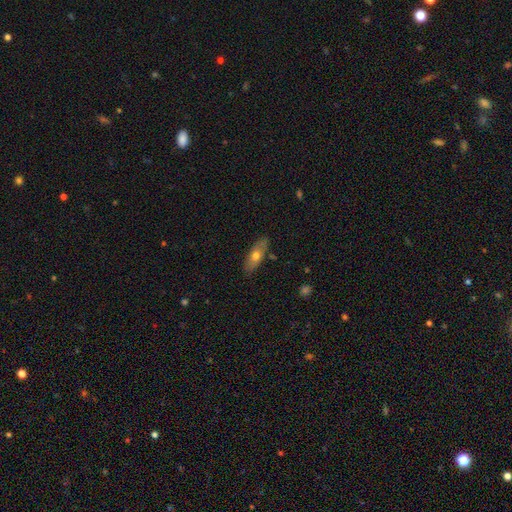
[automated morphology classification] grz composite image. It shows a smooth galaxy with no disk features (59%) that is in between round and cigar-shaped (70%). Merging: none (84%).